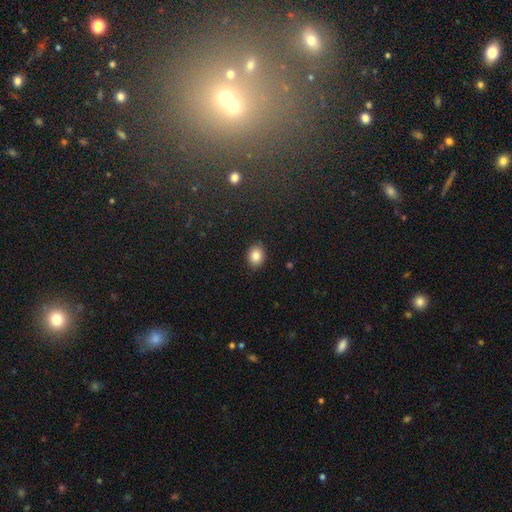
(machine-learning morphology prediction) Overall: smooth (86%). How rounded: round (51%; in between 48%). Merging: none (87%).